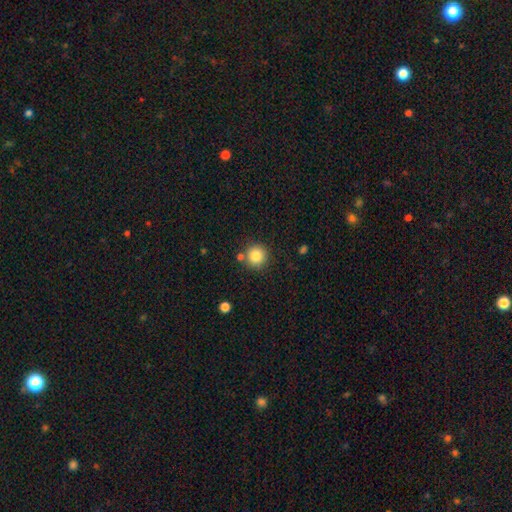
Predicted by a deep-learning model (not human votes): smooth 84%, star or artifact 10%, featured or disk 6%. Down the decision tree: how rounded — round (94%); merging — none (80%).